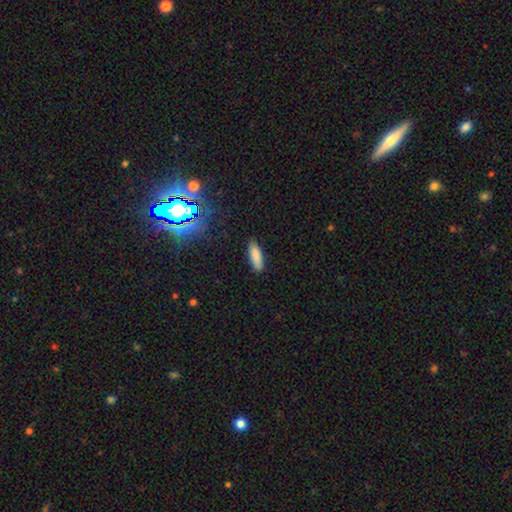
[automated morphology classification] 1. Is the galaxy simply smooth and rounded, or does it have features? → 85% smooth, 9% star or artifact, 6% featured or disk.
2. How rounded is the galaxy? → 55% in between, 43% cigar-shaped, 2% round.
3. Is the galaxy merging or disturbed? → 85% none, 12% minor disturbance, 2% major disturbance, 1% merger.